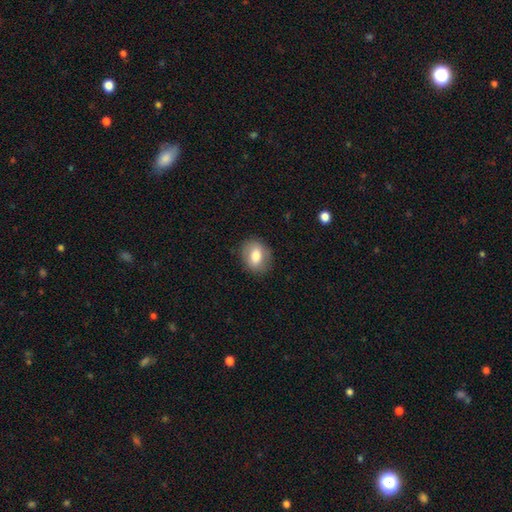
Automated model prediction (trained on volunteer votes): Q: Smooth or featured?
A: smooth (76%); runner-up: featured or disk (16%)
Q: How rounded?
A: in between (64%); runner-up: round (34%)
Q: Merging?
A: none (83%); runner-up: minor disturbance (12%)